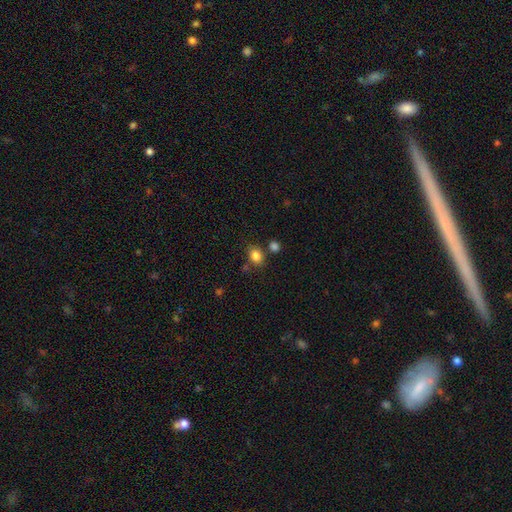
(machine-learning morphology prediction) Smooth or featured?
  - smooth: 84% *
  - star or artifact: 11%
  - featured or disk: 6%
How rounded?
  - in between: 56% *
  - round: 43%
  - cigar-shaped: 1%
Merging?
  - none: 73% *
  - minor disturbance: 12%
  - merger: 11%
  - major disturbance: 4%